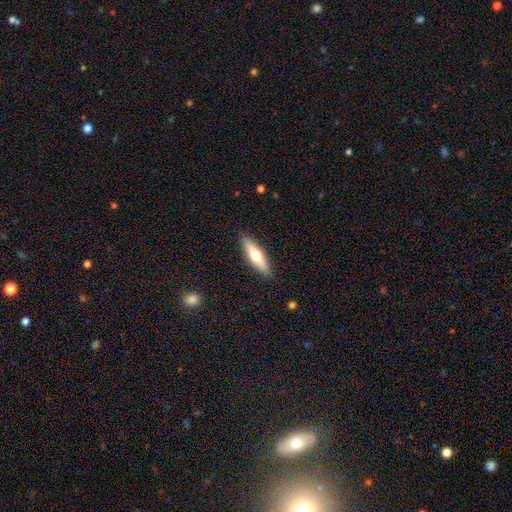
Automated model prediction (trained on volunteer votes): Smooth or featured? smooth (53%)
How rounded? cigar-shaped (67%)
Merging? none (89%)